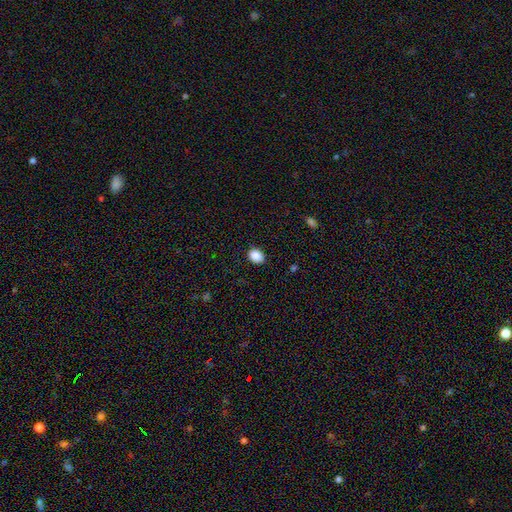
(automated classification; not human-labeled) smooth 88%, star or artifact 9%, featured or disk 3%. Down the decision tree: how rounded — in between (55%); merging — none (88%).